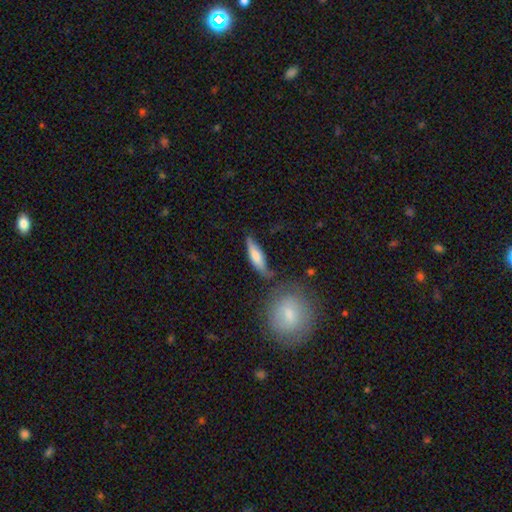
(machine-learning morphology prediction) A smooth galaxy with no disk features (62%) that is cigar-shaped (65%).

Vote fractions:
- Smooth or featured? smooth: 62% / featured or disk: 31% / star or artifact: 7%
- How rounded? cigar-shaped: 65% / in between: 32% / round: 3%
- Merging? none: 62% / minor disturbance: 22% / merger: 9% / major disturbance: 7%